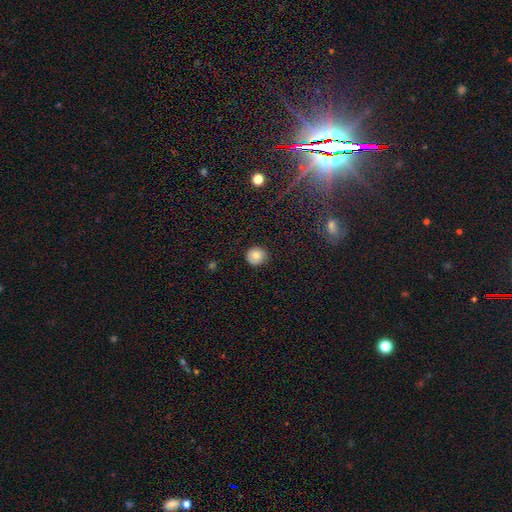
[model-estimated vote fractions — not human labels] This is likely a smooth galaxy (80%). How rounded: clearly round (88%). Merging: clearly none (87%).